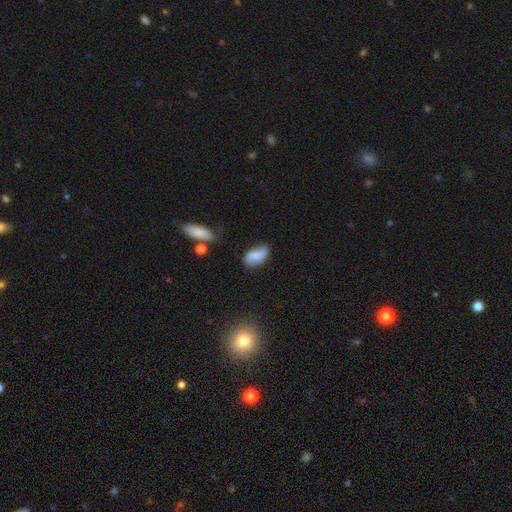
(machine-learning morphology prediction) This appears to be a smooth galaxy with no disk features (46%). Merging: none (70%).